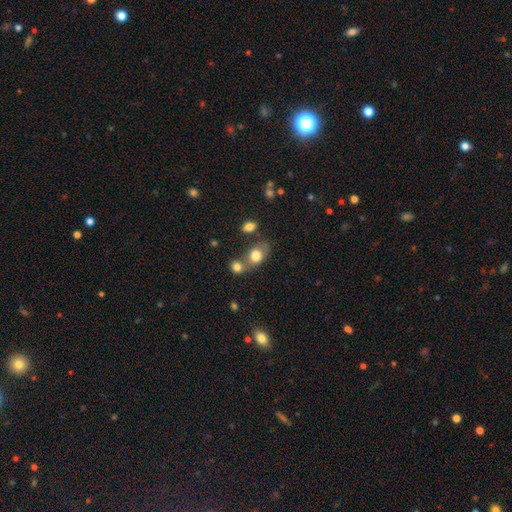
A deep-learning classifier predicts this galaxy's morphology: Smooth or featured? Predicted: smooth (p=0.78). How rounded? Predicted: in between (p=0.63). Merging? Predicted: none (p=0.46).